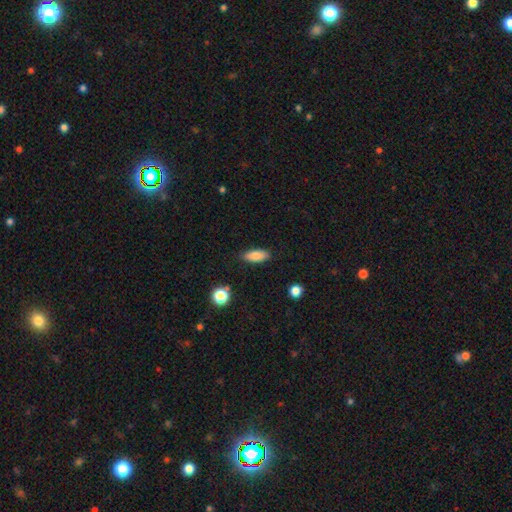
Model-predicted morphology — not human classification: Smooth or featured: smooth — 84% (featured or disk — 8%)
How rounded: in between — 77% (cigar-shaped — 20%)
Merging: none — 84% (minor disturbance — 12%)